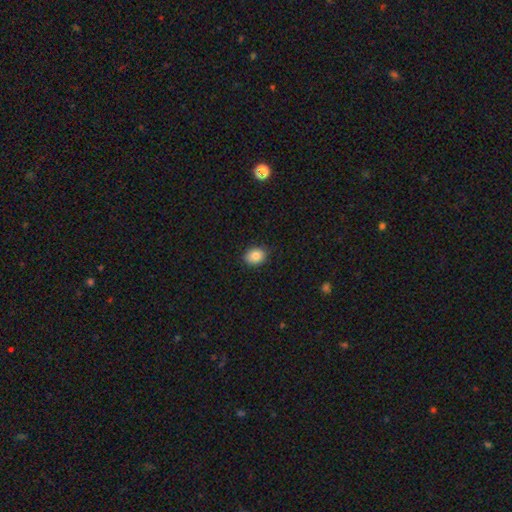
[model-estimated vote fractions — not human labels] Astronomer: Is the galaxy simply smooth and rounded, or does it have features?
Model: smooth — 84%.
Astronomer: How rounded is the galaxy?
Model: in between — 52% (runner-up: round, 47%).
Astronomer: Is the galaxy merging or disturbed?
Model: none — 87%.